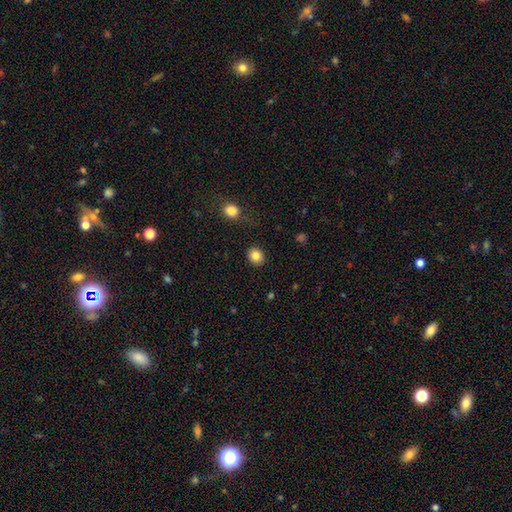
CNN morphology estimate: smooth_or_featured: smooth (p=0.84) [alt: star or artifact p=0.10]
how_rounded: round (p=0.68) [alt: in between p=0.31]
merging: none (p=0.87) [alt: minor disturbance p=0.09]